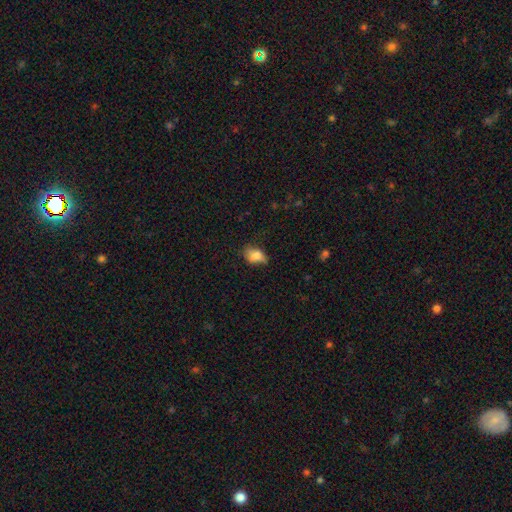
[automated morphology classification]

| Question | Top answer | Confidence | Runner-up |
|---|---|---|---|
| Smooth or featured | smooth | 75% | featured or disk (15%) |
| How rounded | in between | 82% | round (15%) |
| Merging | none | 47% | minor disturbance (35%) |